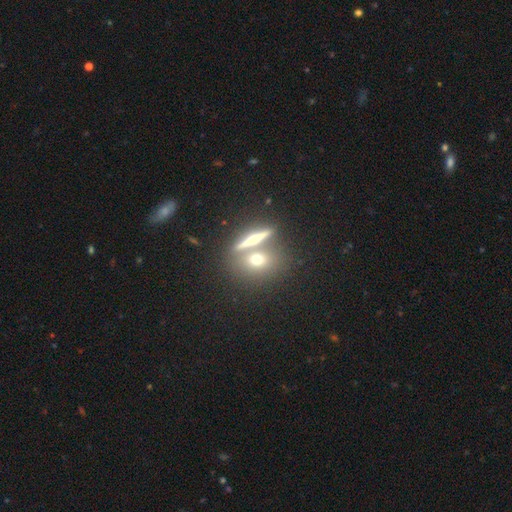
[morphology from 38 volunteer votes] This is likely a featured or disk galaxy (61%). It is clearly viewed edge-on (83%). Edge-on bulge: clearly rounded (89%). Merging: likely none (65%).